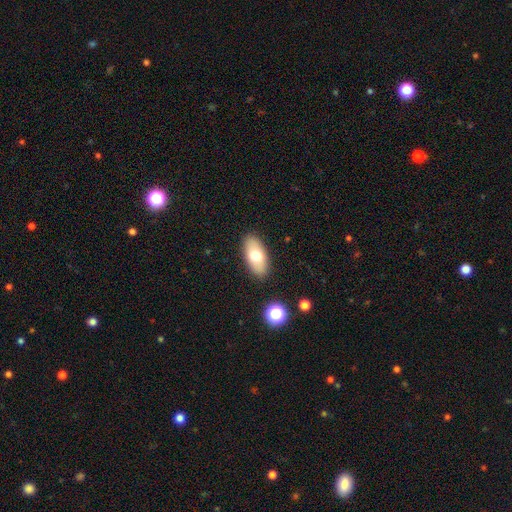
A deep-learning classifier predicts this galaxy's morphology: This appears to be a smooth galaxy with no disk features (70%) that is in between round and cigar-shaped (90%). Merging: none (88%).